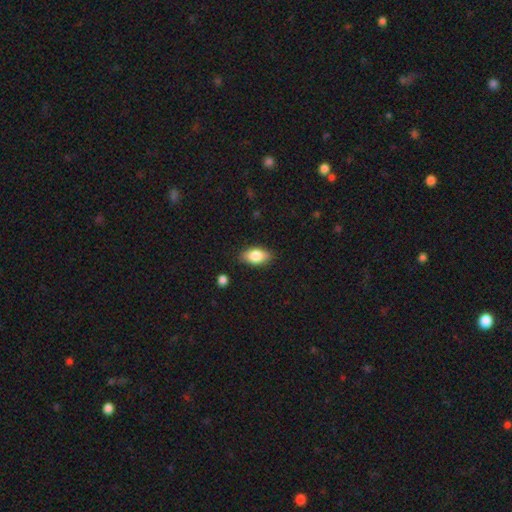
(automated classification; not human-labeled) Q: Smooth or featured?
A: smooth (80%); runner-up: featured or disk (13%)
Q: How rounded?
A: in between (89%); runner-up: round (6%)
Q: Merging?
A: none (85%); runner-up: minor disturbance (11%)